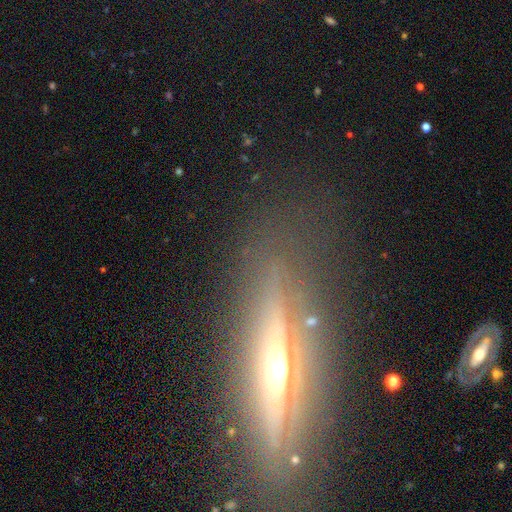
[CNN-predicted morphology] Smooth or featured?
  - featured or disk: 71% *
  - smooth: 17%
  - star or artifact: 12%
Edge-on disk?
  - yes: 88% *
  - no: 12%
Edge-on bulge?
  - rounded: 90% *
  - none: 6%
  - boxy: 4%
Merging?
  - none: 79% *
  - minor disturbance: 12%
  - major disturbance: 6%
  - merger: 3%